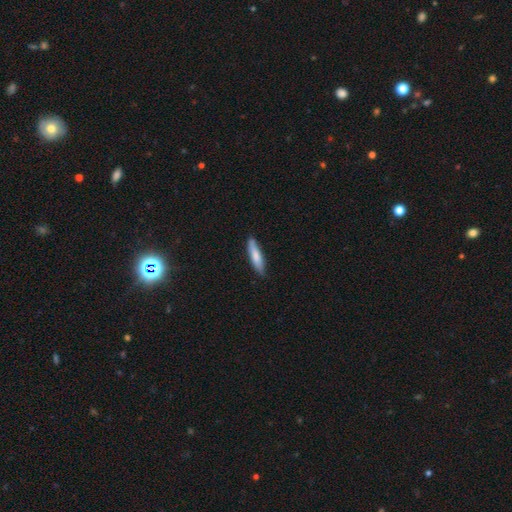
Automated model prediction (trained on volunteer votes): This appears to be a smooth galaxy with no disk features (77%) that is cigar-shaped (79%). Merging: none (80%).